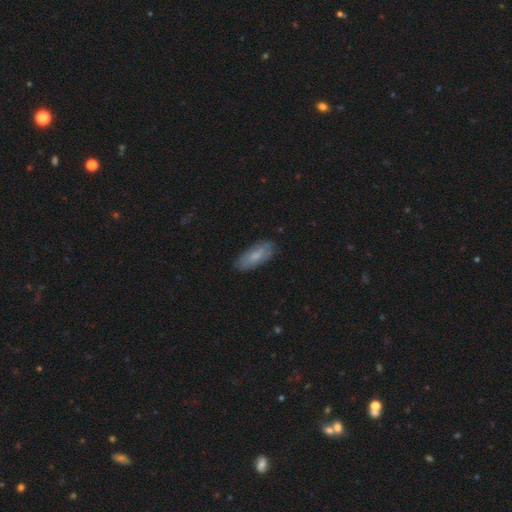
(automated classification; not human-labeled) Q: Smooth or featured?
A: smooth (71%); runner-up: featured or disk (23%)
Q: How rounded?
A: in between (75%); runner-up: cigar-shaped (23%)
Q: Merging?
A: none (82%); runner-up: minor disturbance (14%)